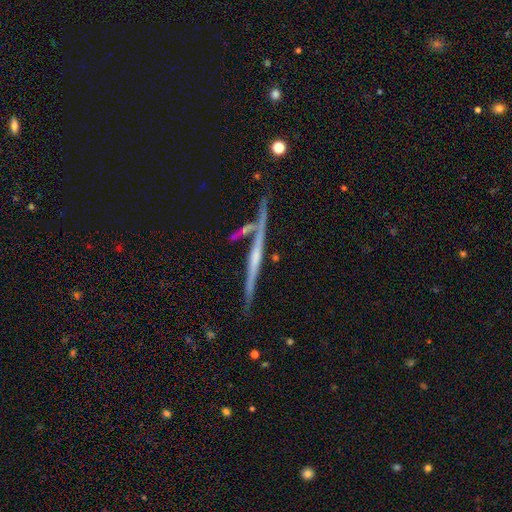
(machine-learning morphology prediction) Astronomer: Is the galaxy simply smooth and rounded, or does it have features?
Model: featured or disk — 76%.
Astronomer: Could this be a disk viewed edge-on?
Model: yes — 96%.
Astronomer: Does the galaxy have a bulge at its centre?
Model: none — 52% (runner-up: rounded, 38%).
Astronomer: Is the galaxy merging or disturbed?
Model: none — 76%.